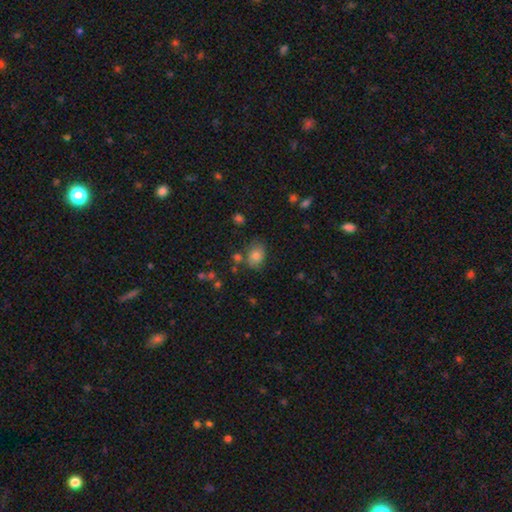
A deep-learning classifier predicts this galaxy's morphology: This appears to be a smooth galaxy with no disk features (79%) that is in between round and cigar-shaped (63%). Merging: none (69%).